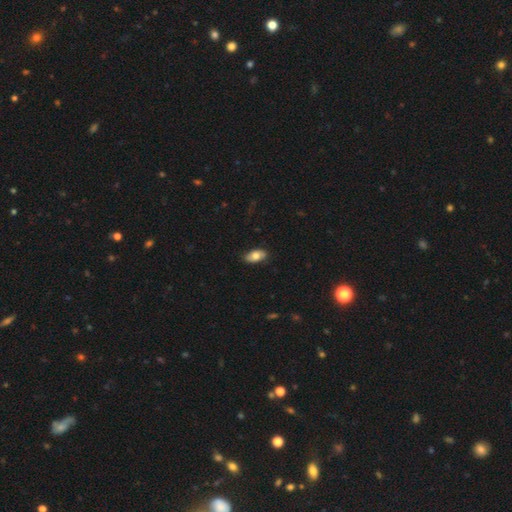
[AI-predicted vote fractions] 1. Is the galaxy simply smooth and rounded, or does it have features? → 77% smooth, 16% featured or disk, 7% star or artifact.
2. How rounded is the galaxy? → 93% in between, 4% round, 3% cigar-shaped.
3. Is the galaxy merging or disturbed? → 84% none, 13% minor disturbance, 2% major disturbance, 1% merger.